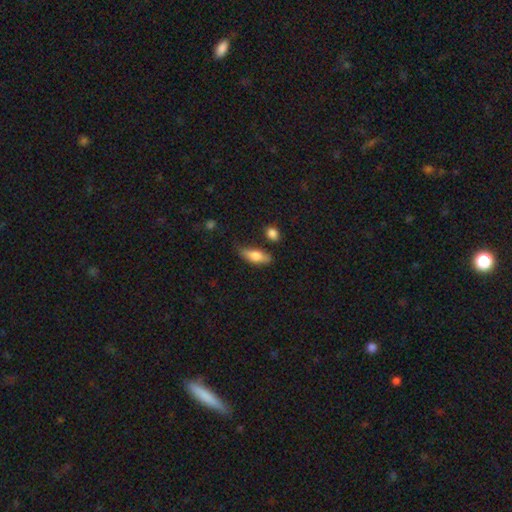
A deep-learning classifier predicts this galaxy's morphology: A smooth galaxy with no disk features (74%) that is in between round and cigar-shaped (70%). Merging: none (62%).